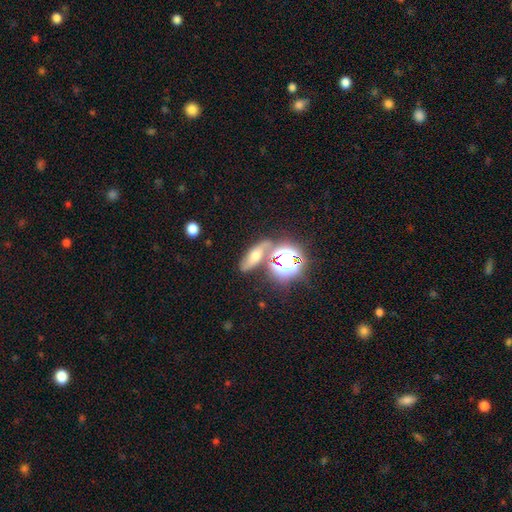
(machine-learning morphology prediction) Q: Smooth or featured?
A: smooth (43%); runner-up: star or artifact (30%)
Q: Merging?
A: none (57%); runner-up: merger (19%)